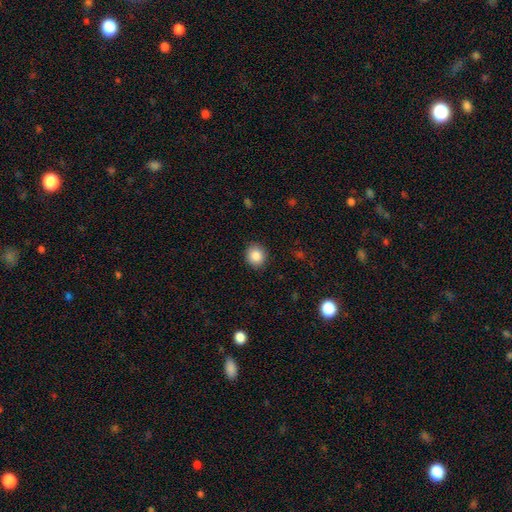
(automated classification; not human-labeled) Smooth or featured?
  - smooth: 87% *
  - star or artifact: 9%
  - featured or disk: 5%
How rounded?
  - round: 84% *
  - in between: 15%
  - cigar-shaped: 1%
Merging?
  - none: 90% *
  - minor disturbance: 7%
  - major disturbance: 2%
  - merger: 1%